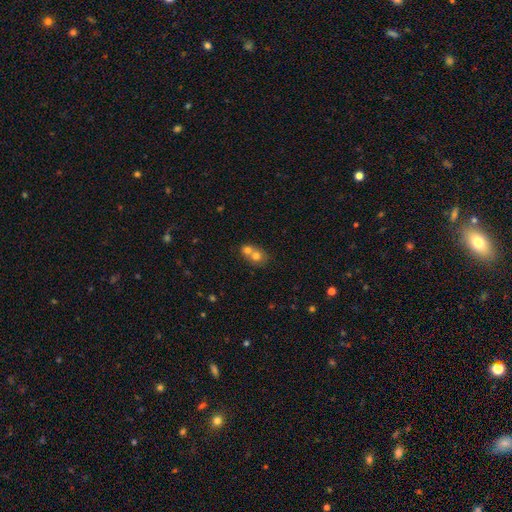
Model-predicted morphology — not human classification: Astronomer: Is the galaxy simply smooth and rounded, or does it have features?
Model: smooth — 69%.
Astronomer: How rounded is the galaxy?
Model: round — 67%.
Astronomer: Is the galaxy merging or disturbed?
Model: merger — 67%.